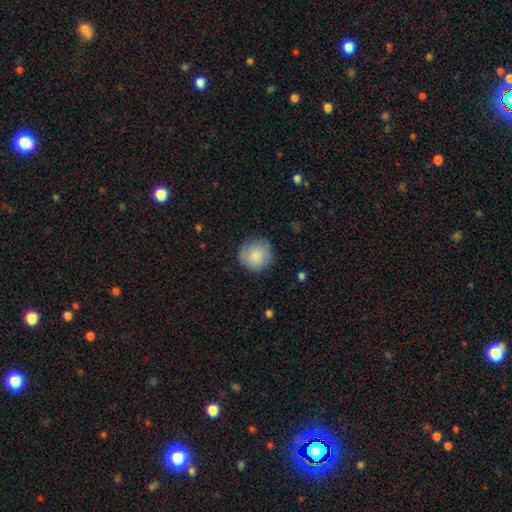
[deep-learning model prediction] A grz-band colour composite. It shows a smooth galaxy with no disk features (82%) that is round (92%). Merging: none (82%).